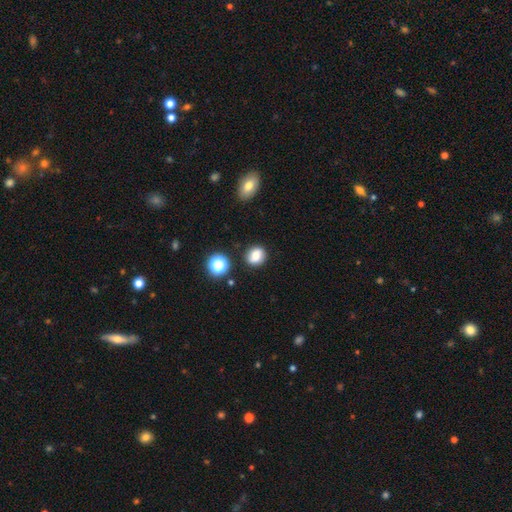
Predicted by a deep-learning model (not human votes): smooth-or-featured: smooth: 75% | featured or disk: 13% | star or artifact: 12%
  how-rounded: round: 73% | in between: 26% | cigar-shaped: 1%
  merging: none: 81% | minor disturbance: 12% | merger: 4% | major disturbance: 3%